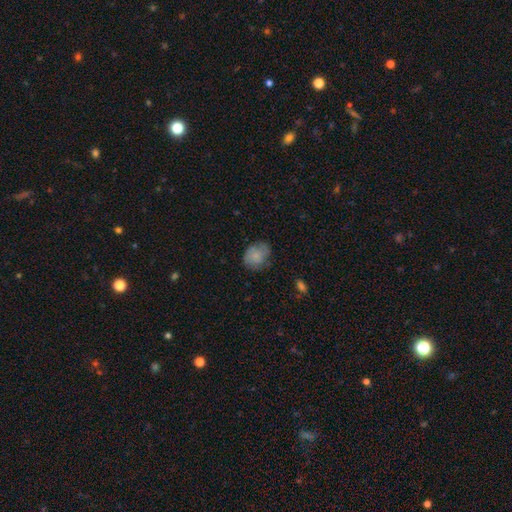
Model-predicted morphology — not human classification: Smooth or featured?
  - smooth: 76% *
  - featured or disk: 16%
  - star or artifact: 8%
How rounded?
  - round: 53% *
  - in between: 46%
  - cigar-shaped: 1%
Merging?
  - none: 65% *
  - minor disturbance: 26%
  - major disturbance: 8%
  - merger: 2%